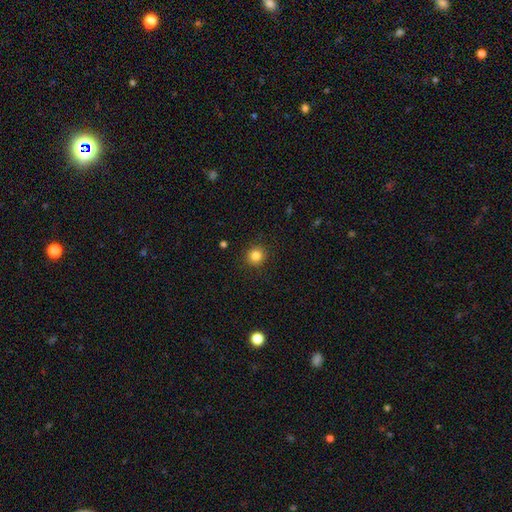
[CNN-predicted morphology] Overall: smooth (84%). How rounded: round (93%). Merging: none (91%).